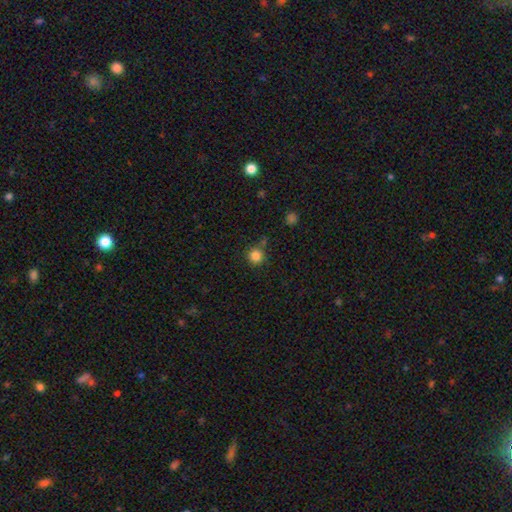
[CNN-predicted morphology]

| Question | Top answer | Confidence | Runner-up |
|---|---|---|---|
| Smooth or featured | smooth | 84% | star or artifact (12%) |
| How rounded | round | 94% | in between (5%) |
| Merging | none | 78% | minor disturbance (11%) |